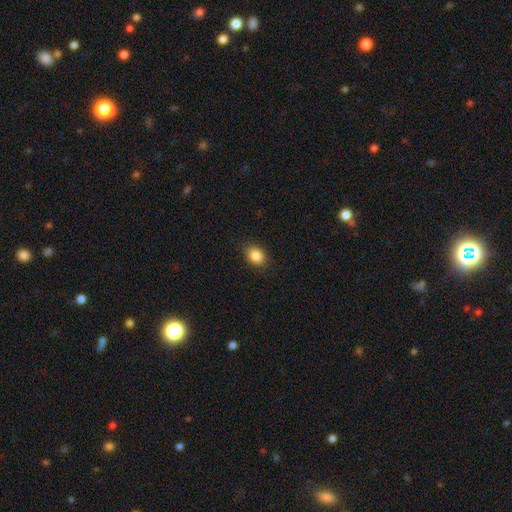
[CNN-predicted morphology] A smooth galaxy with no disk features (86%) that is in between round and cigar-shaped (67%). Merging: none (86%).